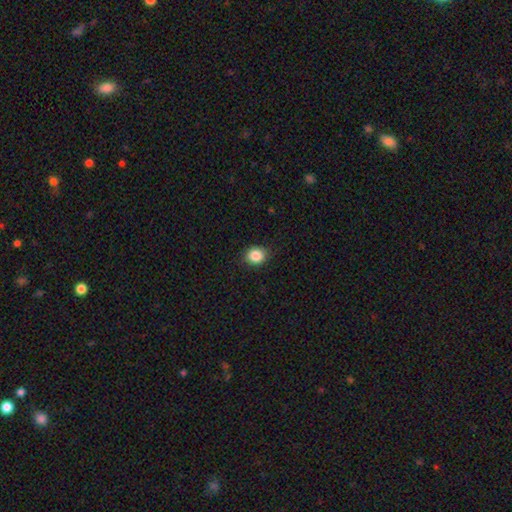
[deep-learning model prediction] Q: Smooth or featured?
A: smooth (86%); runner-up: star or artifact (10%)
Q: How rounded?
A: round (69%); runner-up: in between (30%)
Q: Merging?
A: none (87%); runner-up: minor disturbance (10%)